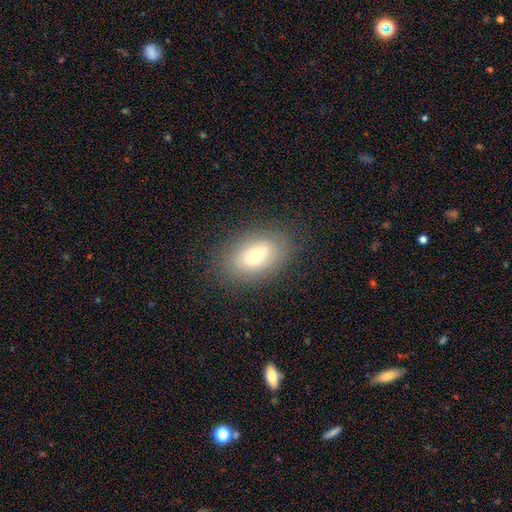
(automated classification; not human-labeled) Smooth or featured? Predicted: smooth (p=0.62). How rounded? Predicted: in between (p=0.87). Merging? Predicted: none (p=0.83).